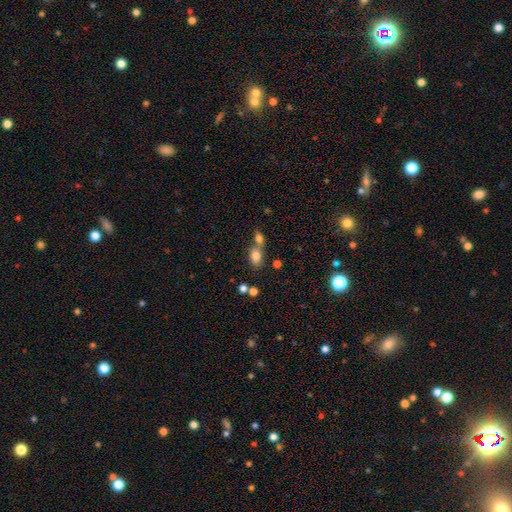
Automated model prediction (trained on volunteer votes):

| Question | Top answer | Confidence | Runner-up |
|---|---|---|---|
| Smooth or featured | smooth | 80% | star or artifact (11%) |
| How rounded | in between | 82% | round (15%) |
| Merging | merger | 47% | none (39%) |